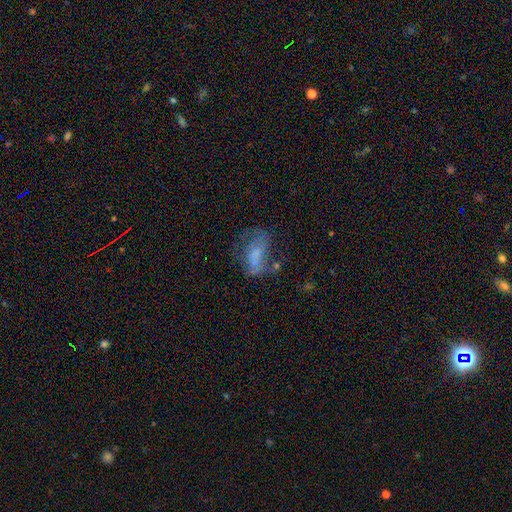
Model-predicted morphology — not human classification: type=smooth (46%); merging=none (34%).